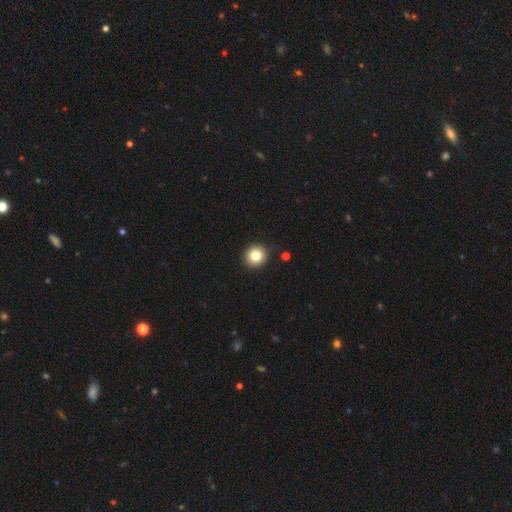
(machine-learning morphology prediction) The model was most divided on "smooth or featured": smooth: 82%, star or artifact: 11%, featured or disk: 7%. More confident: how rounded — round (92%); merging — none (90%).